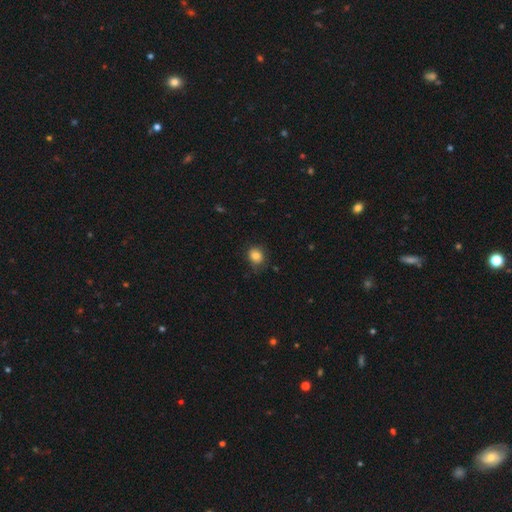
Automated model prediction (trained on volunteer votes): This appears to be a smooth galaxy with no disk features (84%) that is round (67%). Merging: none (76%).